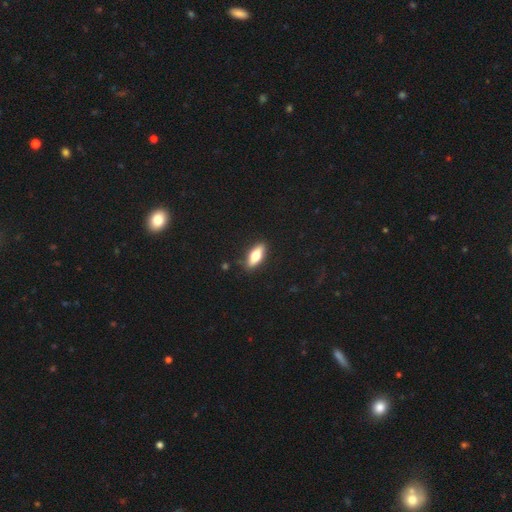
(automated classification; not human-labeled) smooth 64%, featured or disk 29%, star or artifact 6%. Down the decision tree: how rounded — in between (68%); merging — none (86%).